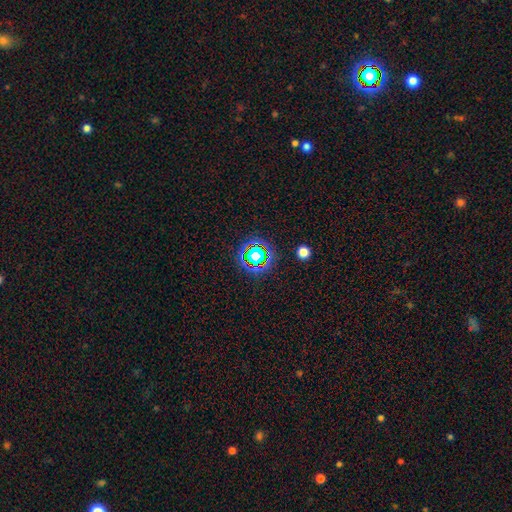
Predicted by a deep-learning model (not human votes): Smooth or featured: star or artifact — 57% (smooth — 29%)